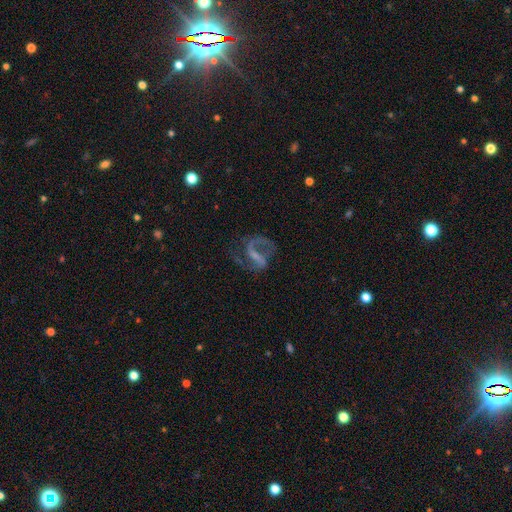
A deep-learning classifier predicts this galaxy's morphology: Q: Smooth or featured?
A: featured or disk (82%); runner-up: smooth (10%)
Q: Edge-on disk?
A: no (97%); runner-up: yes (3%)
Q: Bar?
A: strong (45%); runner-up: weak (39%)
Q: Spiral arms?
A: yes (91%); runner-up: no (9%)
Q: Spiral winding?
A: loose (45%); runner-up: medium (44%)
Q: Spiral arm count?
A: 2 (80%); runner-up: 1 (13%)
Q: Bulge size?
A: none (51%); runner-up: small (31%)
Q: Merging?
A: none (56%); runner-up: major disturbance (25%)